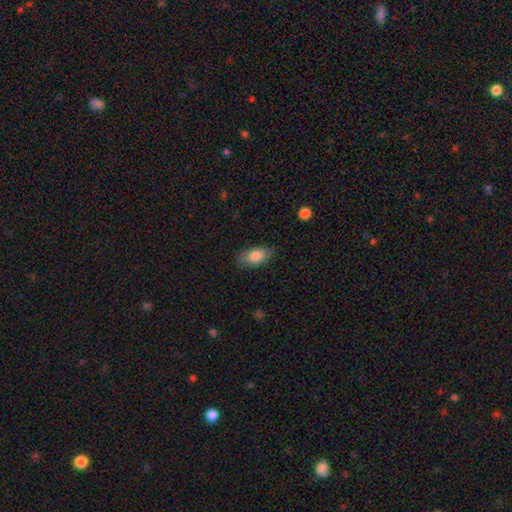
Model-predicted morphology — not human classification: smooth-or-featured: smooth: 82% | featured or disk: 11% | star or artifact: 7%
  how-rounded: in between: 89% | cigar-shaped: 6% | round: 5%
  merging: none: 81% | minor disturbance: 15% | major disturbance: 4% | merger: 1%